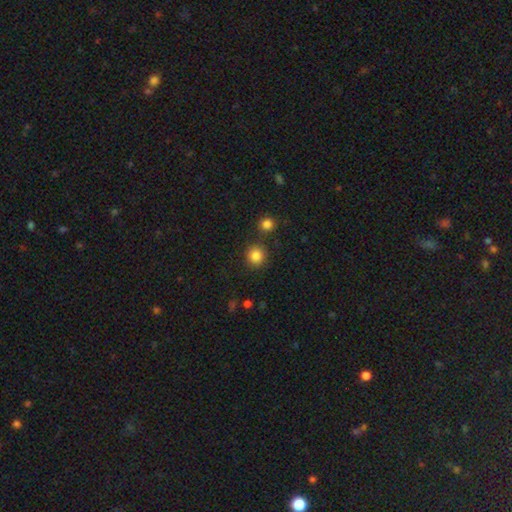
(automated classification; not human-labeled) Smooth or featured? Predicted: smooth (p=0.85). How rounded? Predicted: round (p=0.91). Merging? Predicted: none (p=0.83).